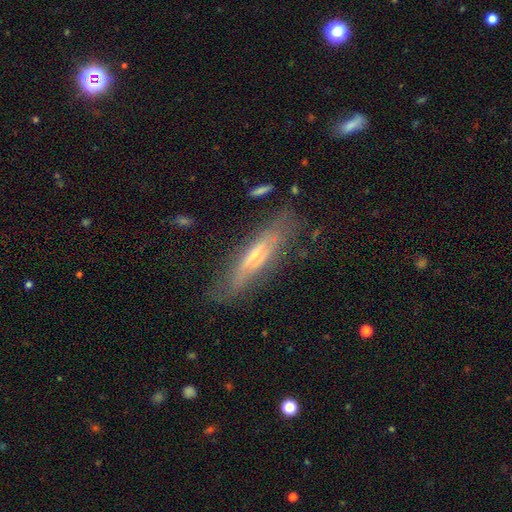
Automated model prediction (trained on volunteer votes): Overall: featured or disk (60%; smooth 32%). Edge-on disk: yes (68%; no 32%). Merging: none (73%).